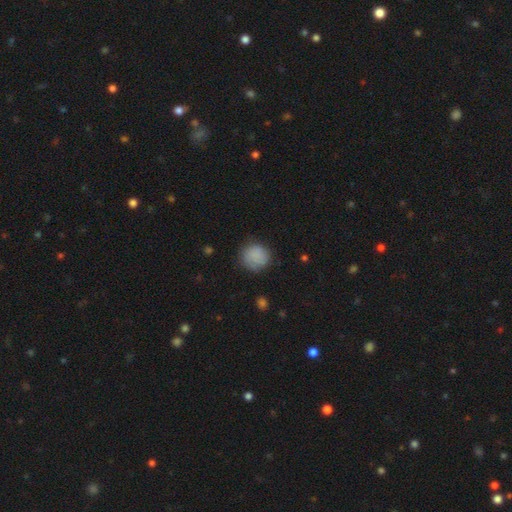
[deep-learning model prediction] smooth 84%, star or artifact 9%, featured or disk 7%. Down the decision tree: how rounded — round (88%); merging — none (74%).